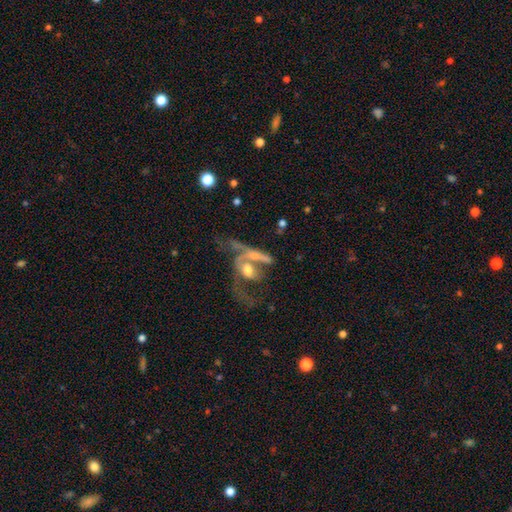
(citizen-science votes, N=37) This is likely a featured or disk galaxy (73%). It is clearly not viewed edge-on (85%). Bar: possibly no (48%). Spiral arm pattern: likely yes (65%). Spiral arm count: marginally 2 (40%). Spiral winding: likely loose (67%). Central bulge: possibly moderate (52%). Merging: likely merger (65%).